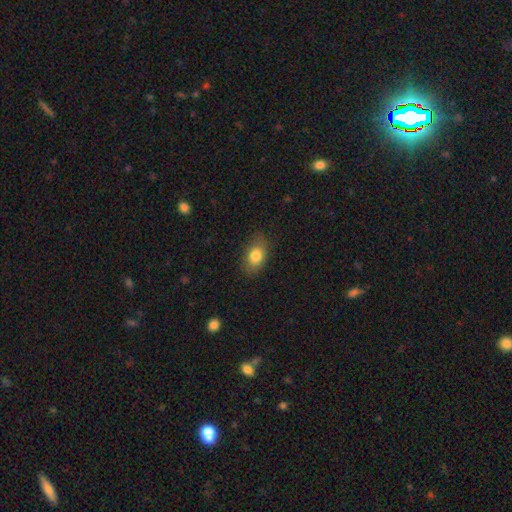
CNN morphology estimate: Smooth or featured? smooth (81%)
How rounded? in between (85%)
Merging? none (80%)